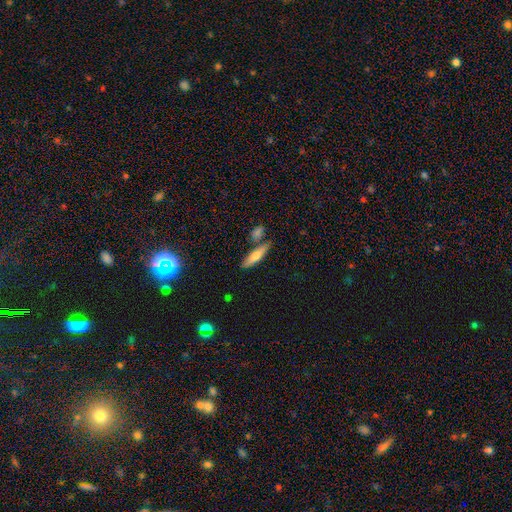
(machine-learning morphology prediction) smooth 58%, featured or disk 34%, star or artifact 7%. Down the decision tree: how rounded — cigar-shaped (71%); merging — none (71%).